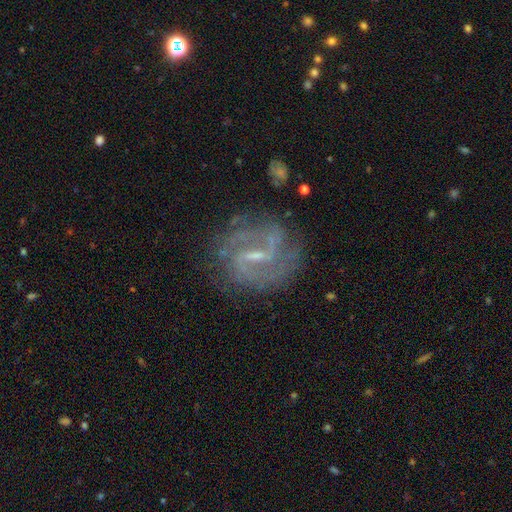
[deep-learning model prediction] Smooth or featured? featured or disk (85%)
Edge-on disk? no (97%)
Bar? weak (49%)
Spiral arms? yes (94%)
Spiral winding? medium (49%)
Spiral arm count? 2 (69%)
Bulge size? small (61%)
Merging? none (74%)